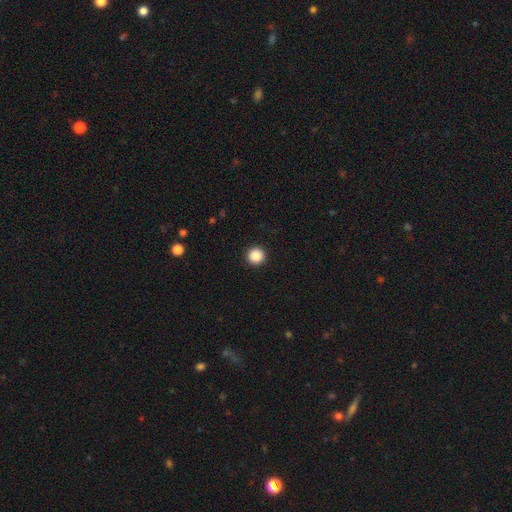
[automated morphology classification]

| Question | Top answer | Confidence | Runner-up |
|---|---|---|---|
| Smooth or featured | smooth | 88% | star or artifact (9%) |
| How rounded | round | 96% | in between (3%) |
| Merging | none | 93% | minor disturbance (4%) |